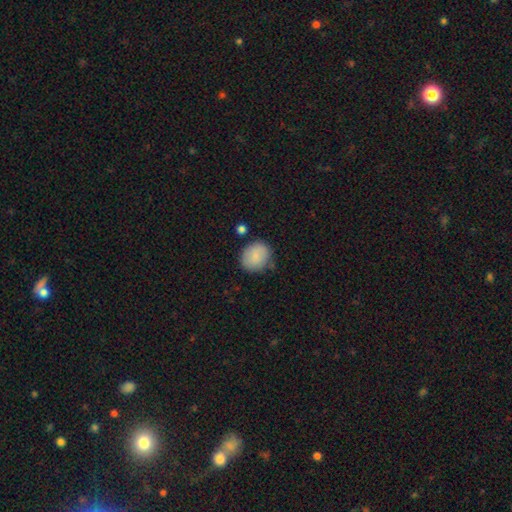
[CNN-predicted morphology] Smooth or featured? smooth (85%)
How rounded? round (73%)
Merging? none (75%)